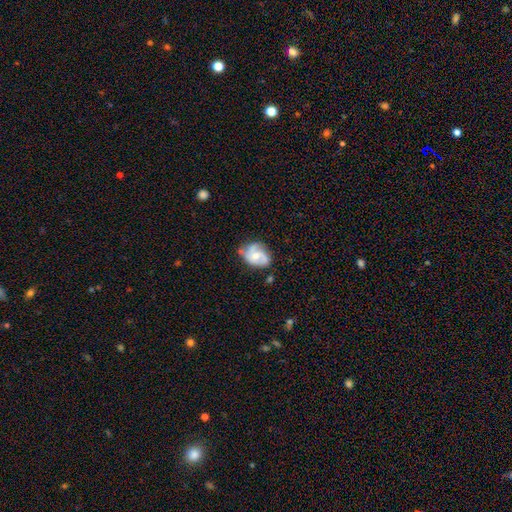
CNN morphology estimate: A featured or disk galaxy (63%) with no bar (64%), 2 (53%) medium (45%) spiral arms (86%) and a moderate central bulge (51%).

Vote fractions:
- Smooth or featured? featured or disk: 63% / smooth: 30% / star or artifact: 7%
- Edge-on disk? no: 97% / yes: 3%
- Bar? no: 64% / weak: 30% / strong: 5%
- Spiral arms? yes: 86% / no: 14%
- Spiral winding? medium: 45% / tight: 32% / loose: 24%
- Spiral arm count? 2: 53% / 3: 19% / can't tell: 16% / 1: 8% / 4: 2% / more than 4: 2%
- Bulge size? moderate: 51% / small: 40% / none: 4% / large: 4% / dominant: 1%
- Merging? none: 50% / minor disturbance: 33% / major disturbance: 14% / merger: 4%